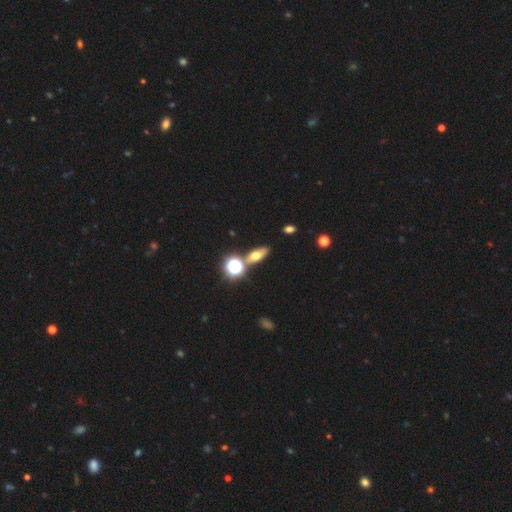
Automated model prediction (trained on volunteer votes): smooth_or_featured: smooth (p=0.52) [alt: featured or disk p=0.25]
how_rounded: in between (p=0.63) [alt: round p=0.20]
merging: none (p=0.76) [alt: merger p=0.11]